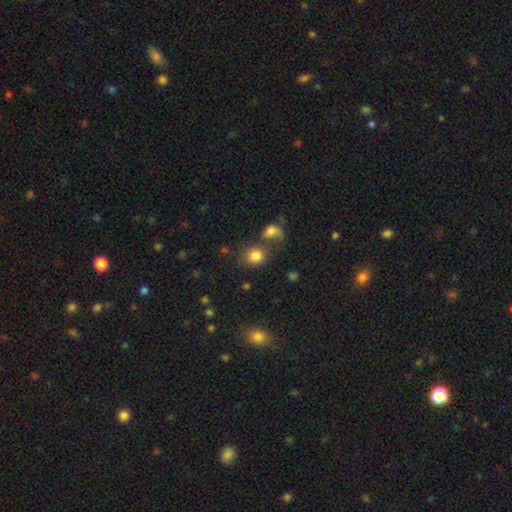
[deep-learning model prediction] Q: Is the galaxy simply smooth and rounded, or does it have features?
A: smooth — 81%.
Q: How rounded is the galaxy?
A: round — 74%.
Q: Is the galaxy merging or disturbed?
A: none — 54%.